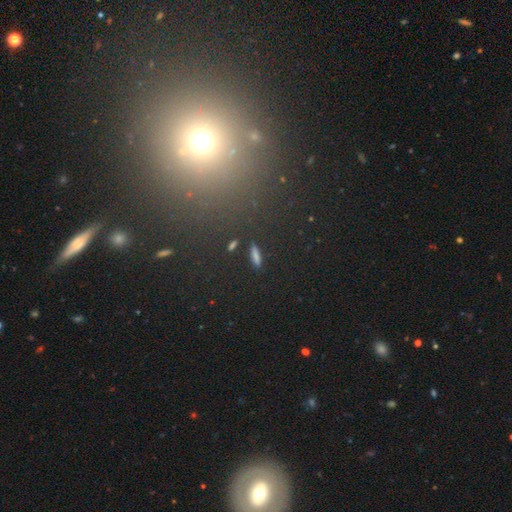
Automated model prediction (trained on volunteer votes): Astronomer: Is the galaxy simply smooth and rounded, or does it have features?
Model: star or artifact — 47% (runner-up: smooth, 40%).